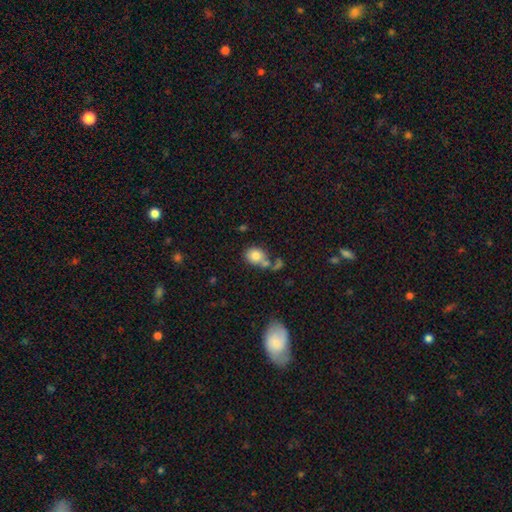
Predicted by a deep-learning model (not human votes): Morphology: type=smooth (79%); roundness=round (55%); merging=none (45%).